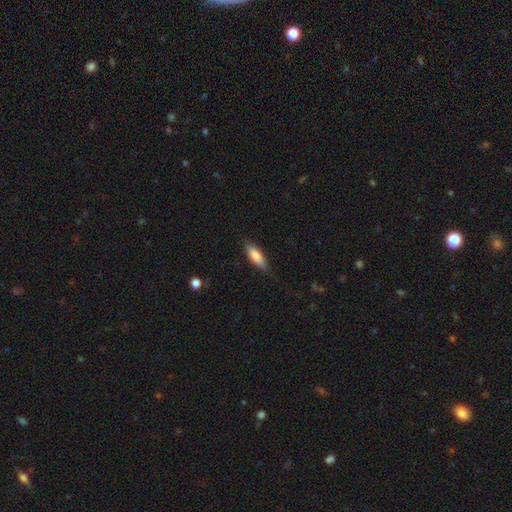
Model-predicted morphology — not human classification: smooth 82%, featured or disk 12%, star or artifact 6%. Down the decision tree: how rounded — in between (53%); merging — none (83%).